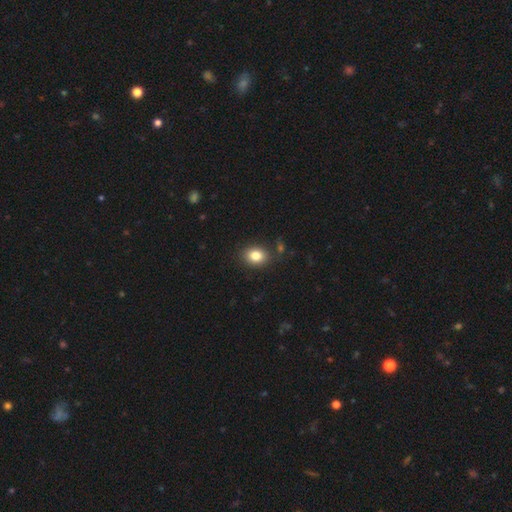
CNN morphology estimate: smooth-or-featured: smooth: 83% | star or artifact: 10% | featured or disk: 7%
  how-rounded: in between: 53% | round: 46% | cigar-shaped: 1%
  merging: none: 83% | minor disturbance: 11% | merger: 3% | major disturbance: 3%